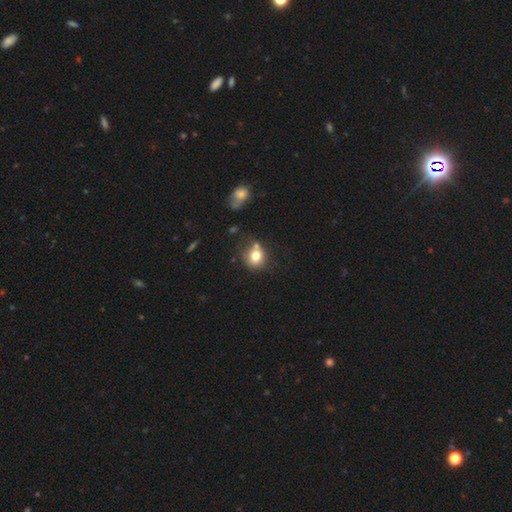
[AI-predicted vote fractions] The model was most divided on "merging": none: 54%, merger: 20%, minor disturbance: 19%, major disturbance: 7%. More confident: smooth or featured — smooth (76%); how rounded — round (75%).